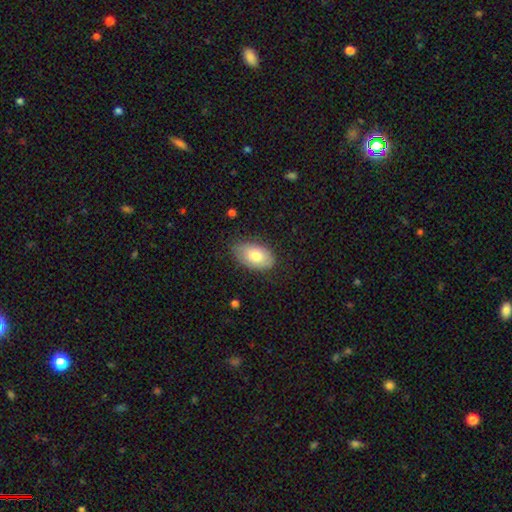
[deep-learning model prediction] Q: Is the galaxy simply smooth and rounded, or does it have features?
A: smooth — 76%.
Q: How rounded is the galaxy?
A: in between — 93%.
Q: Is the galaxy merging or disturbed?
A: none — 76%.